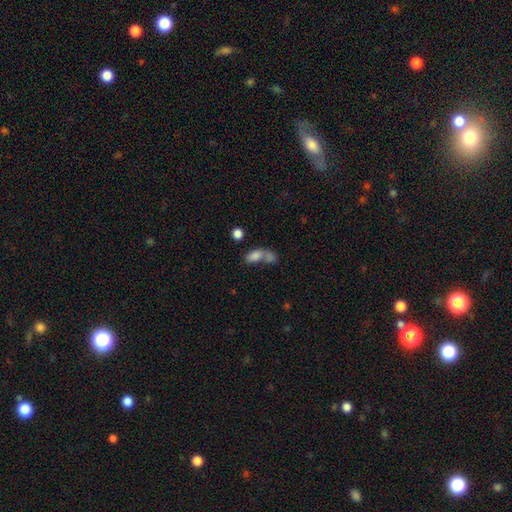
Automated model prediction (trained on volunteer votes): This is likely a smooth galaxy (79%). How rounded: clearly in between (84%). Merging: possibly merger (60%).